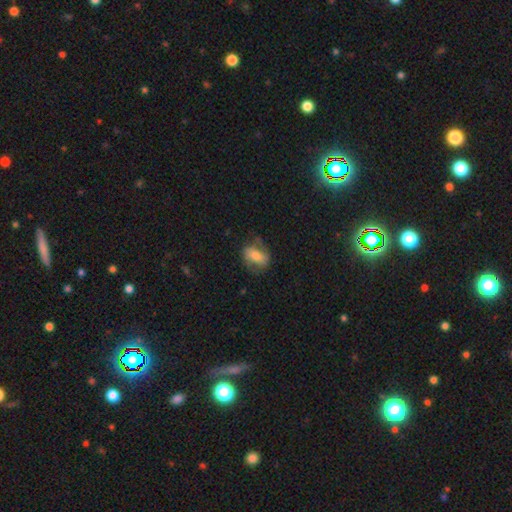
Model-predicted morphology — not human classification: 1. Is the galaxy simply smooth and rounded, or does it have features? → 49% smooth, 43% featured or disk, 8% star or artifact.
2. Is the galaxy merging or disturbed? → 63% none, 23% minor disturbance, 13% major disturbance, 2% merger.